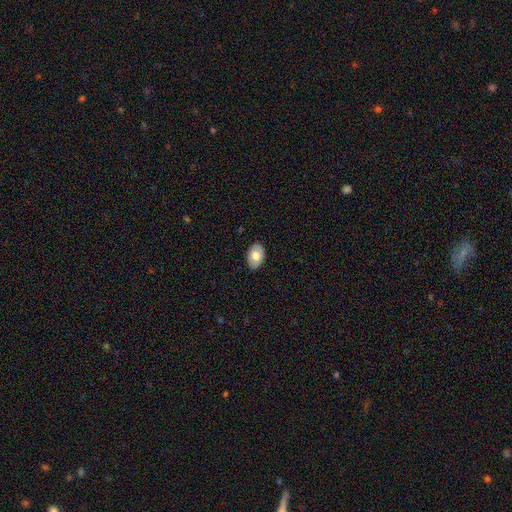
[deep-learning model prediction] This appears to be a smooth galaxy with no disk features (67%) that is in between round and cigar-shaped (88%). Merging: none (87%).